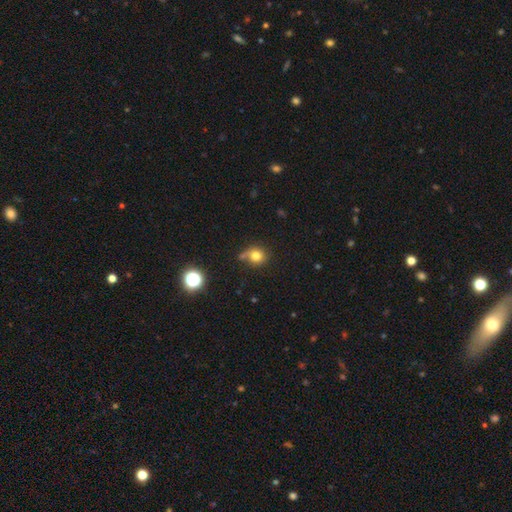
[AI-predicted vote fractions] A smooth galaxy with no disk features (77%) that is round (82%). Merging: none (56%).